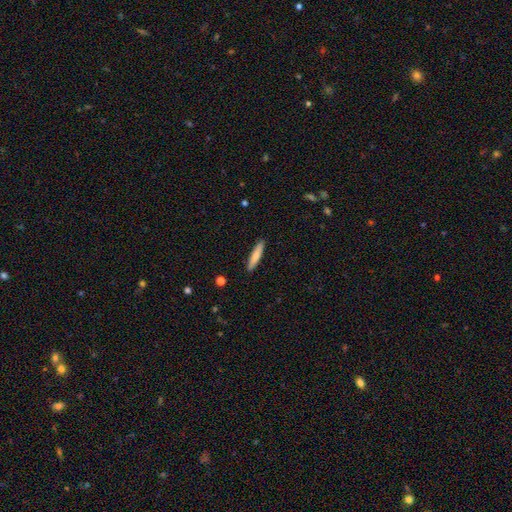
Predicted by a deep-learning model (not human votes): Smooth or featured: smooth — 74% (featured or disk — 21%)
How rounded: cigar-shaped — 90% (in between — 9%)
Merging: none — 91% (minor disturbance — 7%)